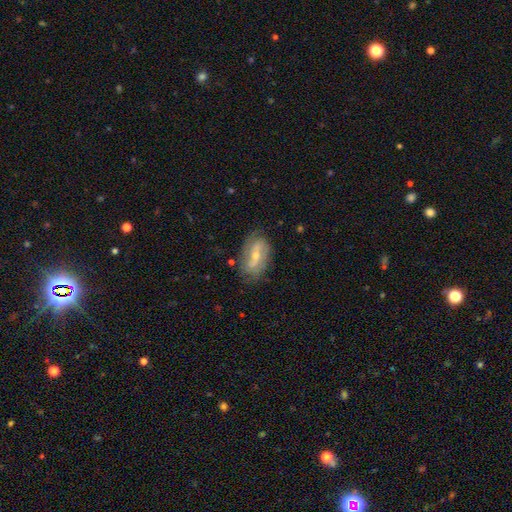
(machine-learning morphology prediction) Overall: featured or disk (69%). Edge-on disk: no (91%). Bar: weak (42%; strong 32%). Spiral arms: yes (79%). Spiral arm count: 2 (65%). Spiral winding: medium (37%; loose 32%). Bulge size: small (51%; moderate 45%). Merging: none (72%).